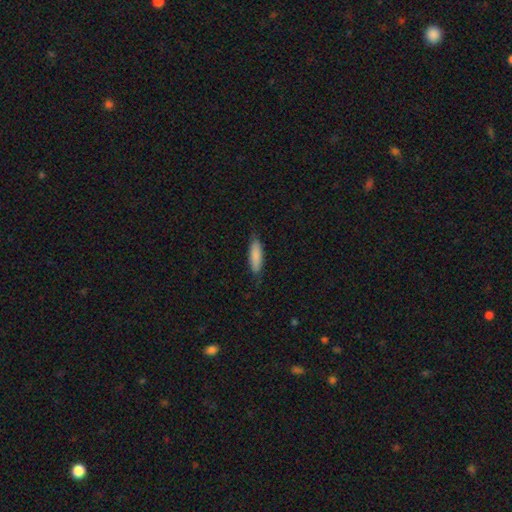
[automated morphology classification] smooth 86%, featured or disk 9%, star or artifact 5%. Down the decision tree: how rounded — cigar-shaped (52%); merging — none (79%).